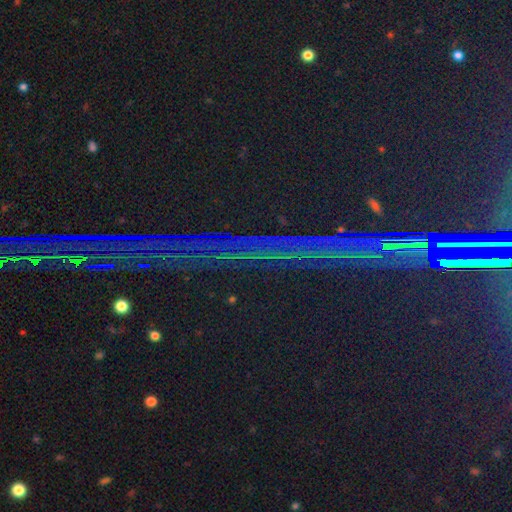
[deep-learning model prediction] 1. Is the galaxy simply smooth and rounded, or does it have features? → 89% star or artifact, 6% featured or disk, 5% smooth.